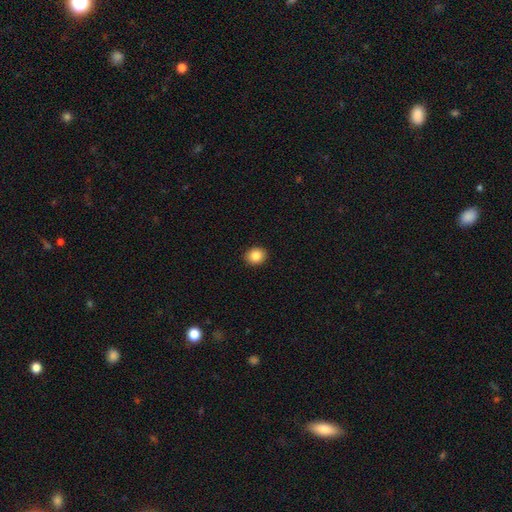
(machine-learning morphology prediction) Smooth or featured? Predicted: smooth (p=0.85). How rounded? Predicted: round (p=0.70). Merging? Predicted: none (p=0.92).